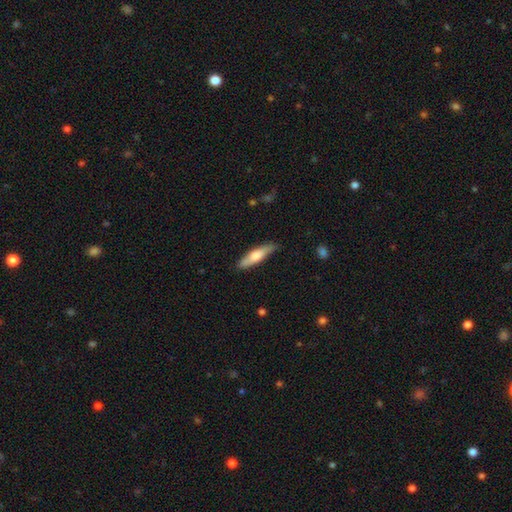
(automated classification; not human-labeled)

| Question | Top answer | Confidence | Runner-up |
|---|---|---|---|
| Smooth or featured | smooth | 59% | featured or disk (36%) |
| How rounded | cigar-shaped | 75% | in between (23%) |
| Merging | none | 83% | minor disturbance (13%) |